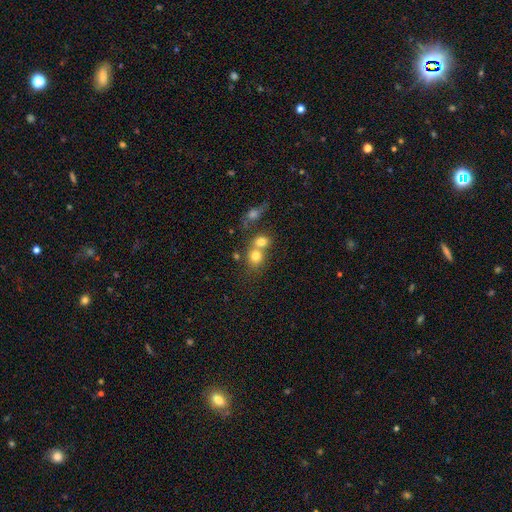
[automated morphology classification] The model was most divided on "merging": merger: 55%, none: 34%, minor disturbance: 6%, major disturbance: 4%. More confident: smooth or featured — smooth (76%); how rounded — round (75%).